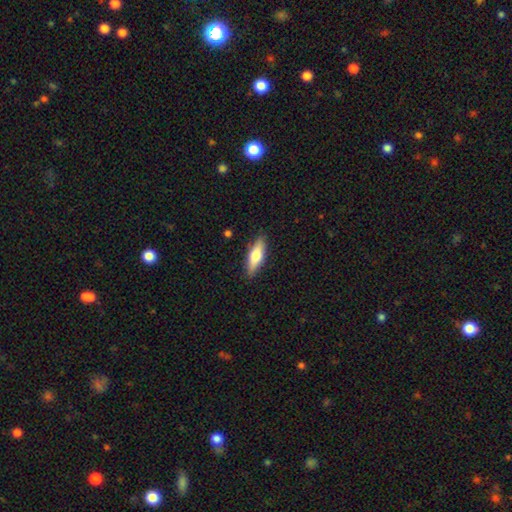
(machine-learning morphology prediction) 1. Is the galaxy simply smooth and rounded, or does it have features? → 64% smooth, 30% featured or disk, 6% star or artifact.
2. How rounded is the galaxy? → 50% cigar-shaped, 48% in between, 2% round.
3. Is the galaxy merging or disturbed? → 87% none, 10% minor disturbance, 2% major disturbance, 1% merger.